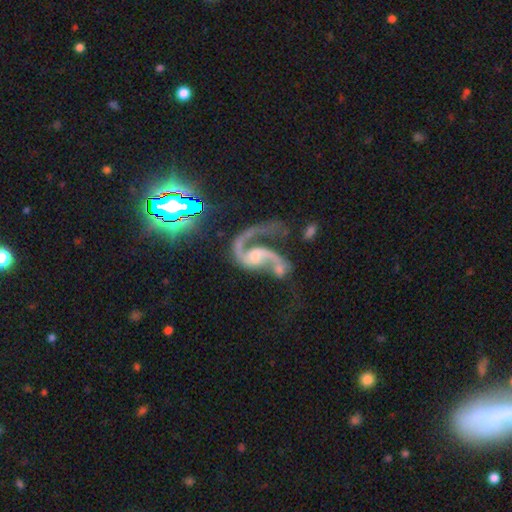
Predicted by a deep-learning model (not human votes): This is clearly a featured or disk galaxy (87%). It is clearly not viewed edge-on (97%). Bar: possibly no (56%). Spiral arm pattern: clearly yes (96%). Spiral arm count: clearly 2 (82%). Spiral winding: likely loose (63%). Central bulge: possibly small (45%). Merging: marginally none (36%).